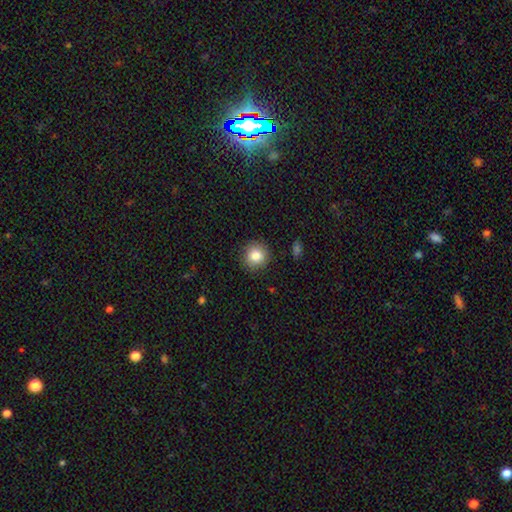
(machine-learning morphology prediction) Smooth or featured: smooth — 84% (star or artifact — 10%)
How rounded: round — 92% (in between — 7%)
Merging: none — 89% (minor disturbance — 8%)